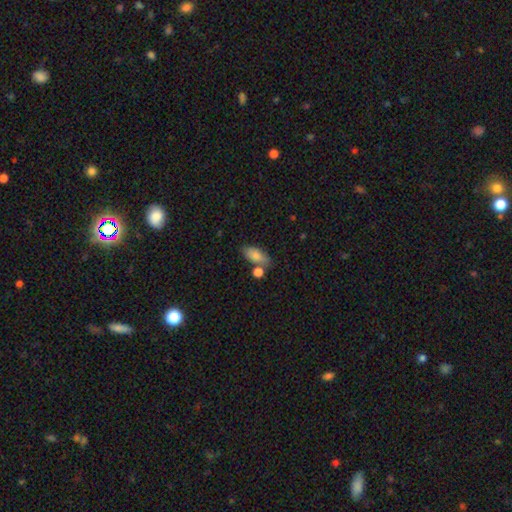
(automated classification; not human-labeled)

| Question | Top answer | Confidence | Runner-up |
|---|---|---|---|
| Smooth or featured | smooth | 82% | featured or disk (11%) |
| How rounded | in between | 84% | cigar-shaped (12%) |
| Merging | none | 65% | merger (15%) |